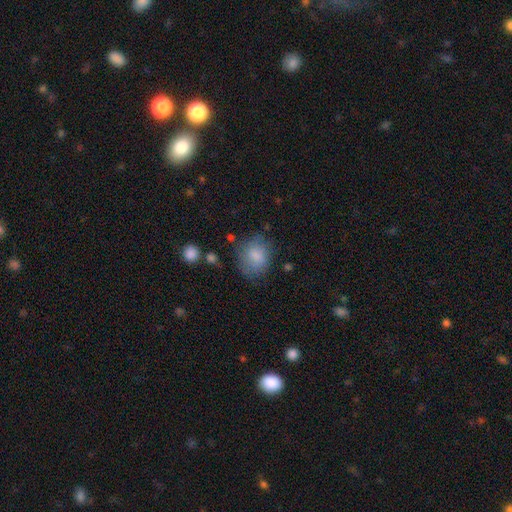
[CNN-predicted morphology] The model was most divided on "how rounded": round: 54%, in between: 45%, cigar-shaped: 1%. More confident: smooth or featured — smooth (80%); merging — none (63%).